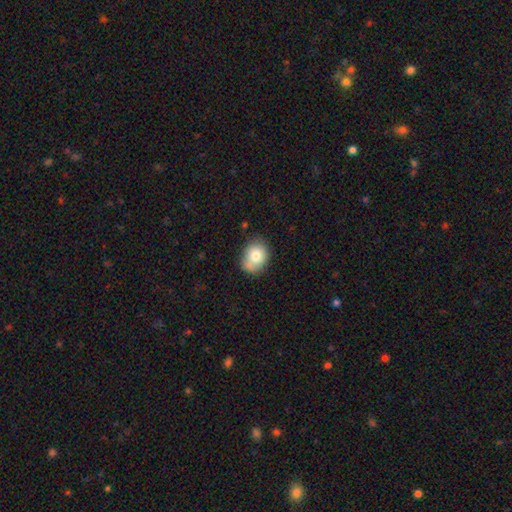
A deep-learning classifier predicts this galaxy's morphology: type=smooth (77%); roundness=in between (55%); merging=none (60%).